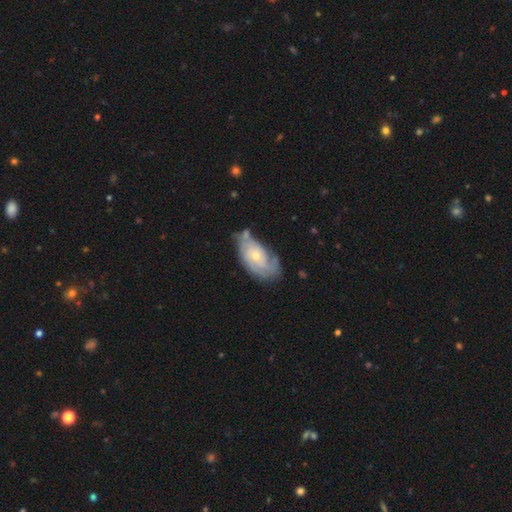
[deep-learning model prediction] Morphology: type=featured or disk (78%); edge-on=no (95%); bar=no (74%); spiral arms=yes (92%); winding=tight (63%); arm count=can't tell (34%); bulge=small (58%); merging=none (55%).